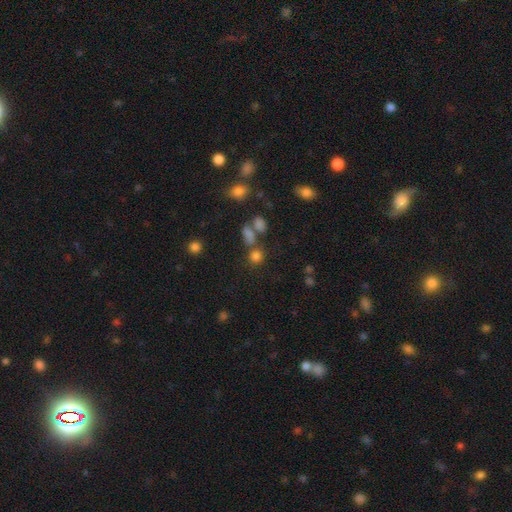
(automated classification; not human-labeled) Overall: smooth (75%). How rounded: round (83%). Merging: none (63%).